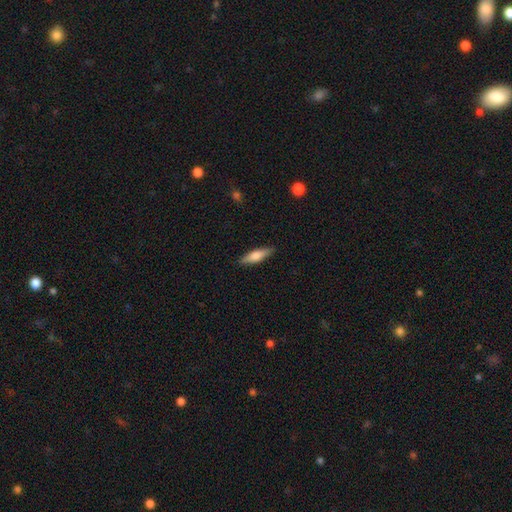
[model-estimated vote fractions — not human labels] The model was most divided on "how rounded": cigar-shaped: 63%, in between: 35%, round: 2%. More confident: merging — none (88%); smooth or featured — smooth (68%).